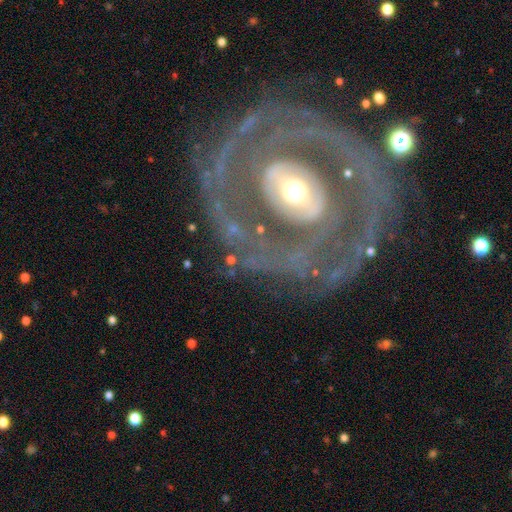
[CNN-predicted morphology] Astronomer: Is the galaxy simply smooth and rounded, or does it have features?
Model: featured or disk — 86%.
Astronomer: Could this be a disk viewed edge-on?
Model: no — 97%.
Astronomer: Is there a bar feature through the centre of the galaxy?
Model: no — 50% (runner-up: weak, 28%).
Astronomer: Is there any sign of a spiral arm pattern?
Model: yes — 80%.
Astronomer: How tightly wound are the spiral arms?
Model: tight — 64%.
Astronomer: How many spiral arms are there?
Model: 2 — 47% (runner-up: can't tell, 23%).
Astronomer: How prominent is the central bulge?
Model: moderate — 60%.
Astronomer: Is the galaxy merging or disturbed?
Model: none — 75%.